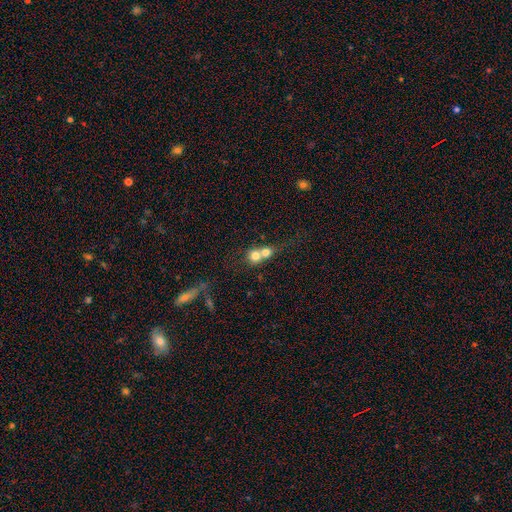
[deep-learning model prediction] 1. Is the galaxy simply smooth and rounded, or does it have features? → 71% smooth, 19% featured or disk, 10% star or artifact.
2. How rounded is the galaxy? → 78% round, 20% in between, 2% cigar-shaped.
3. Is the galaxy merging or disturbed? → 70% merger, 21% none, 5% minor disturbance, 4% major disturbance.